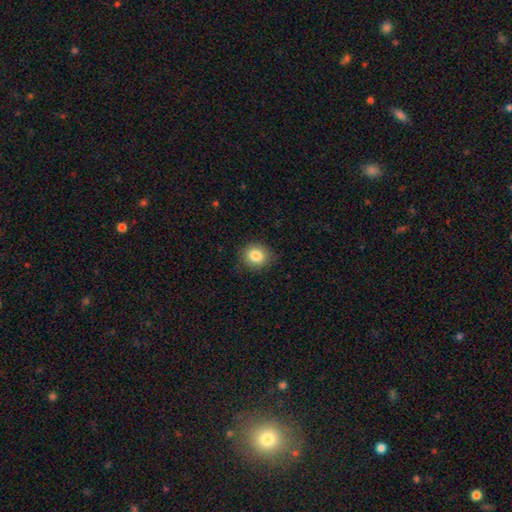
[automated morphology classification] Q: Smooth or featured?
A: smooth (84%); runner-up: star or artifact (10%)
Q: How rounded?
A: round (74%); runner-up: in between (25%)
Q: Merging?
A: none (85%); runner-up: minor disturbance (11%)